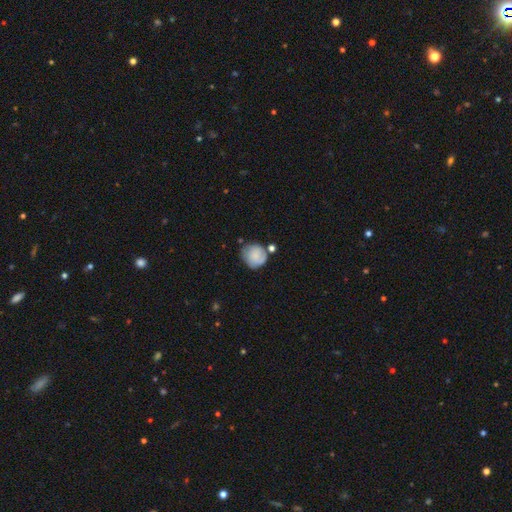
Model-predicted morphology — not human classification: Smooth or featured? smooth (72%)
How rounded? round (86%)
Merging? none (59%)